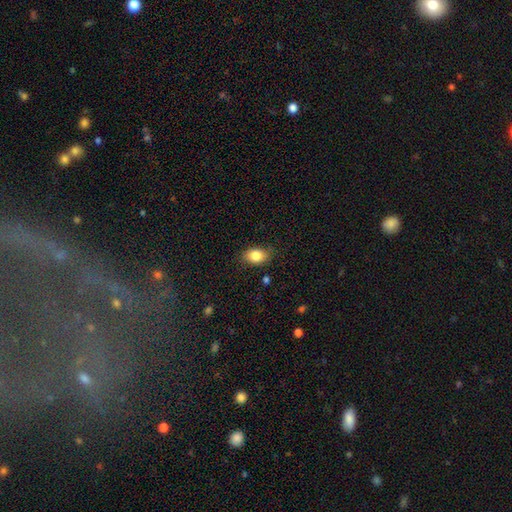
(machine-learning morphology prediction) type=smooth (84%); roundness=in between (81%); merging=none (82%).